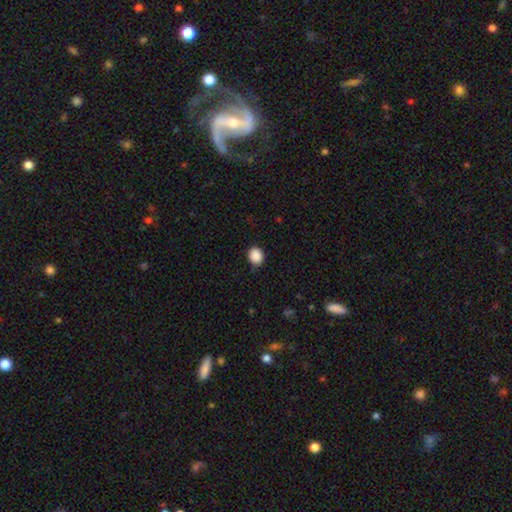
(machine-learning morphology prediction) A smooth galaxy with no disk features (89%) that is round (71%).

Vote fractions:
- Smooth or featured? smooth: 89% / star or artifact: 9% / featured or disk: 2%
- How rounded? round: 71% / in between: 28% / cigar-shaped: 1%
- Merging? none: 85% / minor disturbance: 11% / major disturbance: 2% / merger: 1%